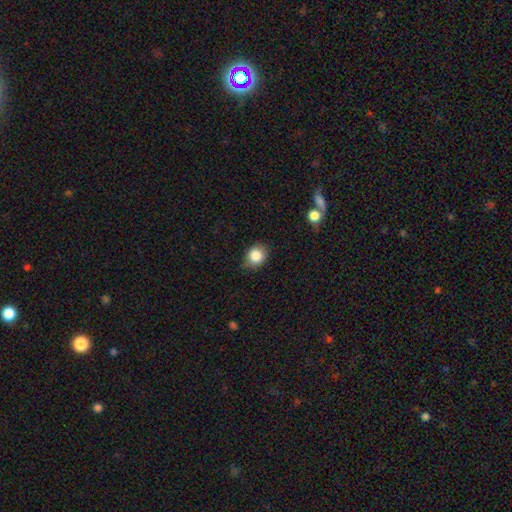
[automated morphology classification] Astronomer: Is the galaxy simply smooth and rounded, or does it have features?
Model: smooth — 84%.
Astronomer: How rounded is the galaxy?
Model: round — 59% (runner-up: in between, 40%).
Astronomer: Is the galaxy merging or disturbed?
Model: none — 78%.